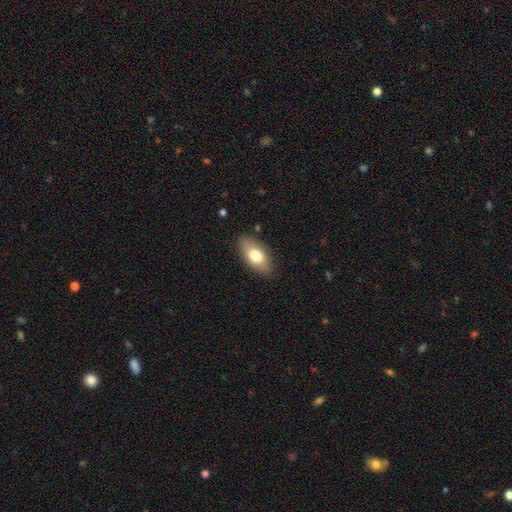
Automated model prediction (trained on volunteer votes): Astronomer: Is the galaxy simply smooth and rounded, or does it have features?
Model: smooth — 75%.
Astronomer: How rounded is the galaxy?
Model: in between — 91%.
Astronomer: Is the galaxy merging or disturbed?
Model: none — 86%.